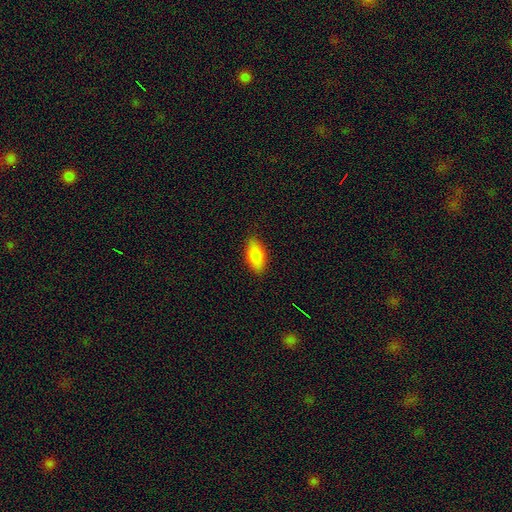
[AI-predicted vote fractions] Smooth or featured?
  - smooth: 85% *
  - featured or disk: 8%
  - star or artifact: 7%
How rounded?
  - in between: 87% *
  - cigar-shaped: 11%
  - round: 3%
Merging?
  - none: 87% *
  - minor disturbance: 10%
  - major disturbance: 2%
  - merger: 1%